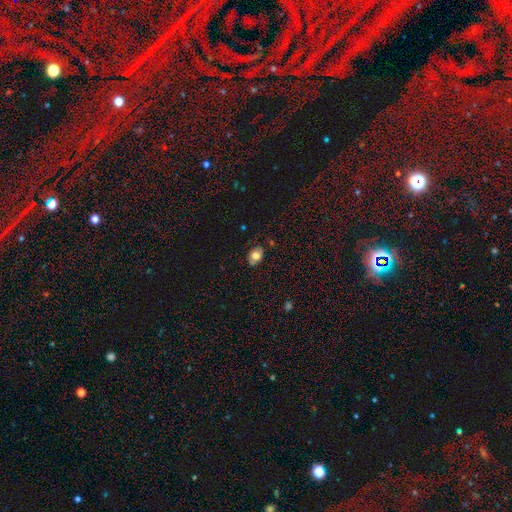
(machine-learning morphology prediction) type=smooth (70%); roundness=in between (72%); merging=none (74%).